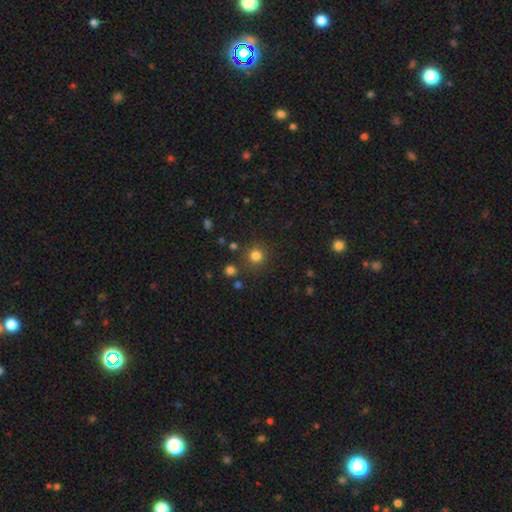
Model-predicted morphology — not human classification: smooth 79%, star or artifact 15%, featured or disk 5%. Down the decision tree: how rounded — round (93%); merging — none (85%).